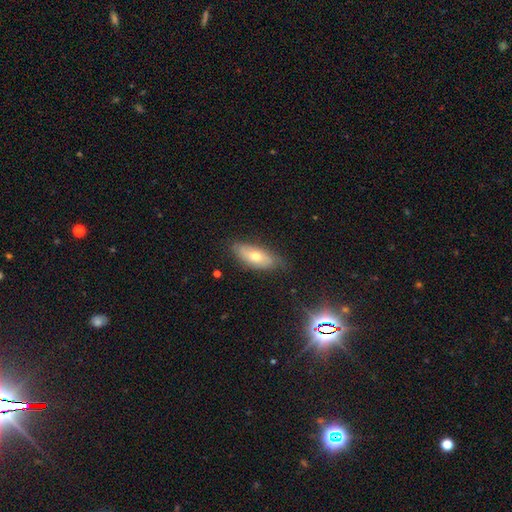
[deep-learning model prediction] This appears to be a smooth galaxy with no disk features (55%) that is in between round and cigar-shaped (81%). Merging: none (73%).